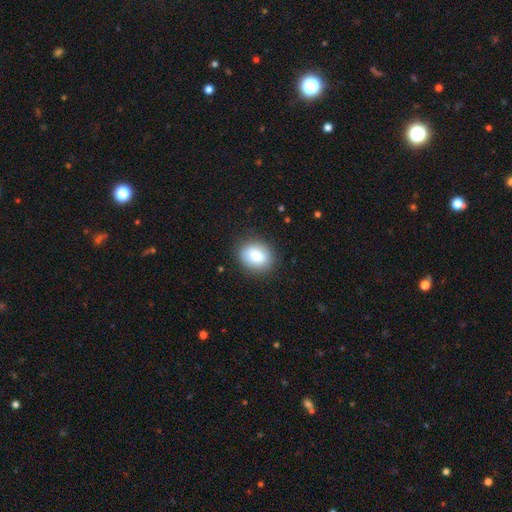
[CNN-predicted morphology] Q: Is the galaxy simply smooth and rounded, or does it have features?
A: smooth — 79%.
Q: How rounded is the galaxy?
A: round — 54%.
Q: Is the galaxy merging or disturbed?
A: none — 86%.